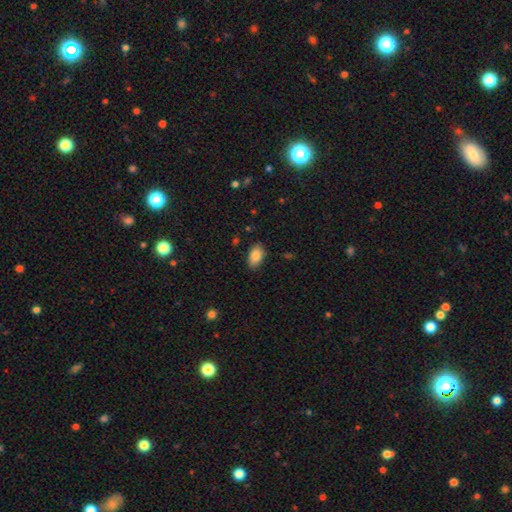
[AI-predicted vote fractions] A smooth galaxy with no disk features (87%) that is in between round and cigar-shaped (93%).

Vote fractions:
- Smooth or featured? smooth: 87% / star or artifact: 7% / featured or disk: 6%
- How rounded? in between: 93% / round: 5% / cigar-shaped: 2%
- Merging? none: 85% / minor disturbance: 11% / major disturbance: 3% / merger: 1%